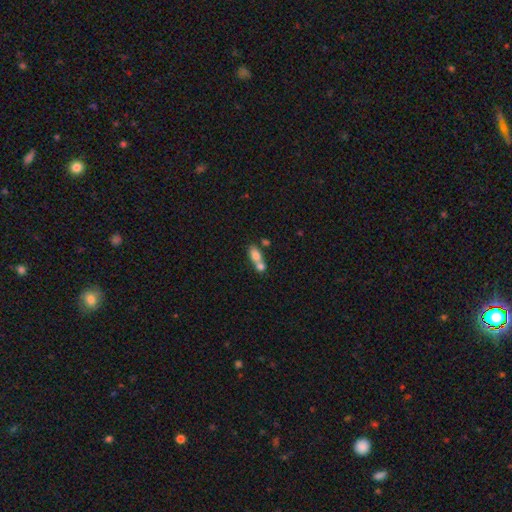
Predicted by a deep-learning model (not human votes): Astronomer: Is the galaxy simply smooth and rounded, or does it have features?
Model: smooth — 74%.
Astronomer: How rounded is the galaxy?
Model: in between — 75%.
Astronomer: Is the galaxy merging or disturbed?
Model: merger — 65%.